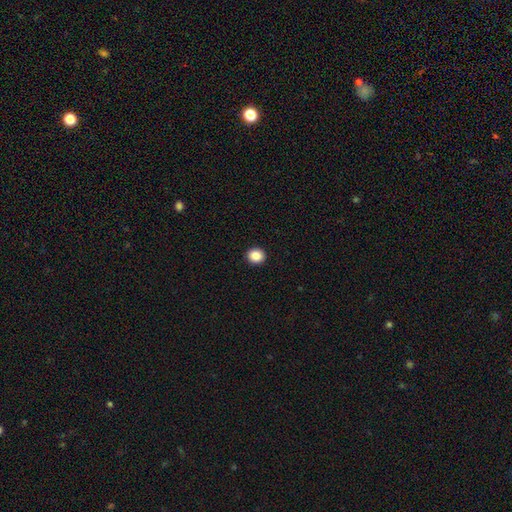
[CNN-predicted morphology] Smooth or featured? Predicted: smooth (p=0.87). How rounded? Predicted: round (p=0.84). Merging? Predicted: none (p=0.93).